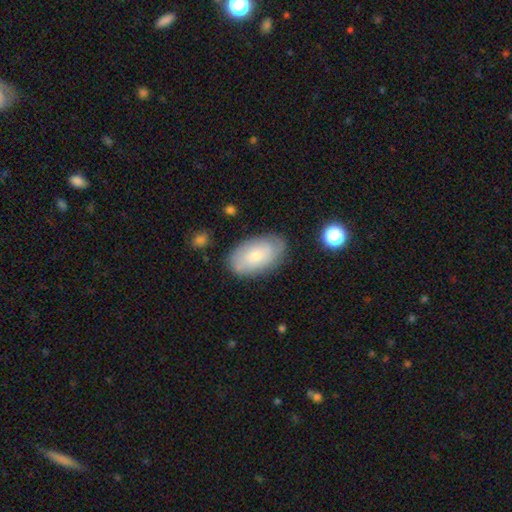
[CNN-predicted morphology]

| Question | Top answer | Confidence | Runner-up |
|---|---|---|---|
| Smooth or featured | smooth | 57% | featured or disk (35%) |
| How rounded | in between | 93% | round (5%) |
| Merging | none | 79% | minor disturbance (15%) |